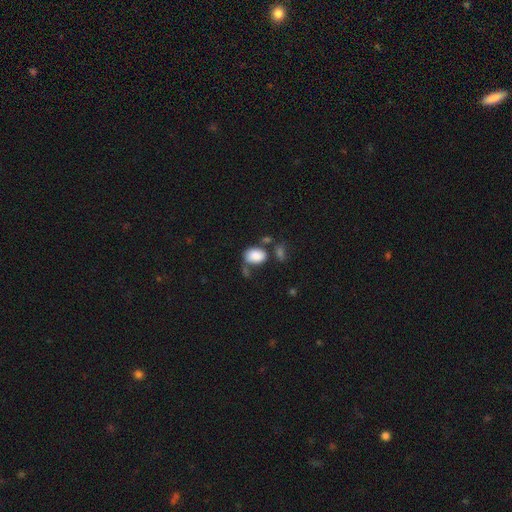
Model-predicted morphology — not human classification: A smooth galaxy with no disk features (84%) that is in between round and cigar-shaped (80%). Merging: none (46%).